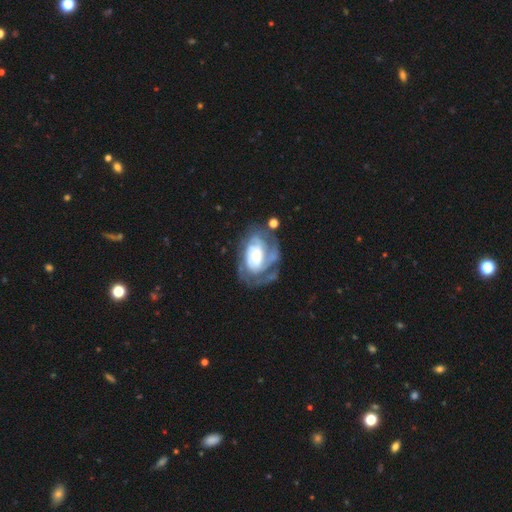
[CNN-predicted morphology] A featured or disk galaxy (83%) with no bar (49%), tight (60%) spiral arms (92%) and a moderate central bulge (45%).

Vote fractions:
- Smooth or featured? featured or disk: 83% / smooth: 11% / star or artifact: 5%
- Edge-on disk? no: 97% / yes: 3%
- Bar? no: 49% / weak: 36% / strong: 15%
- Spiral arms? yes: 92% / no: 8%
- Spiral winding? tight: 60% / medium: 31% / loose: 9%
- Spiral arm count? can't tell: 33% / 2: 31% / 3: 19% / 1: 7% / 4: 6% / more than 4: 4%
- Bulge size? moderate: 45% / small: 32% / large: 18% / none: 3% / dominant: 2%
- Merging? none: 53% / minor disturbance: 22% / major disturbance: 20% / merger: 5%